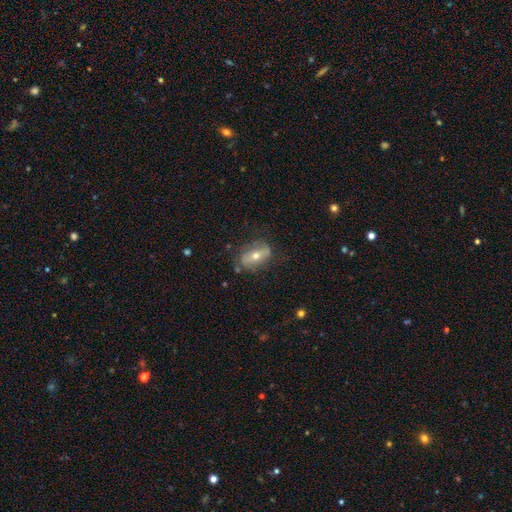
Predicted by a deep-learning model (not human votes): Smooth or featured? Predicted: featured or disk (p=0.53). Edge-on disk? Predicted: no (p=0.83). Merging? Predicted: none (p=0.71).